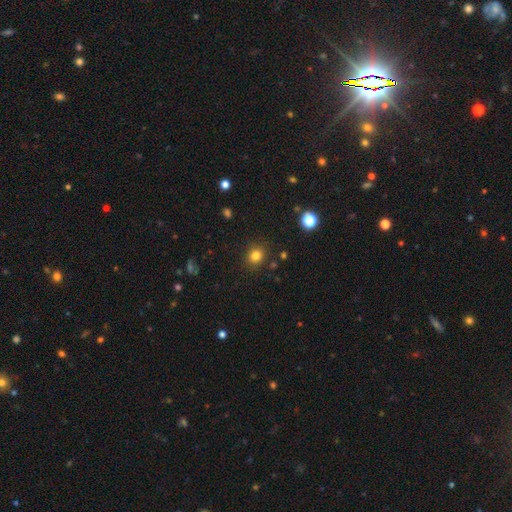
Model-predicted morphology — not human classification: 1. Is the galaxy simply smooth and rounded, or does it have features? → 81% smooth, 13% star or artifact, 5% featured or disk.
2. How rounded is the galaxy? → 80% round, 19% in between, 1% cigar-shaped.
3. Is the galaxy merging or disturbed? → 88% none, 8% minor disturbance, 3% major disturbance, 2% merger.